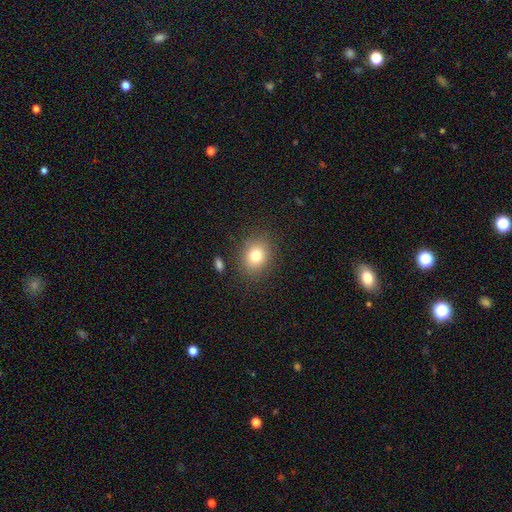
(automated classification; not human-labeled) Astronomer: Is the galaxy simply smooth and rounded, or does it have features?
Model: smooth — 79%.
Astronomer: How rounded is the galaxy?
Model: round — 58% (runner-up: in between, 41%).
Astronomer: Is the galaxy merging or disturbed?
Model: none — 85%.